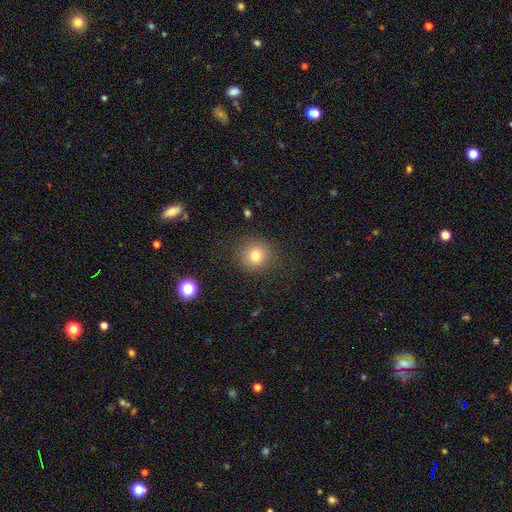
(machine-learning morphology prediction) Smooth or featured?
  - smooth: 77% *
  - star or artifact: 13%
  - featured or disk: 9%
How rounded?
  - round: 91% *
  - in between: 8%
  - cigar-shaped: 1%
Merging?
  - none: 88% *
  - minor disturbance: 8%
  - major disturbance: 3%
  - merger: 1%